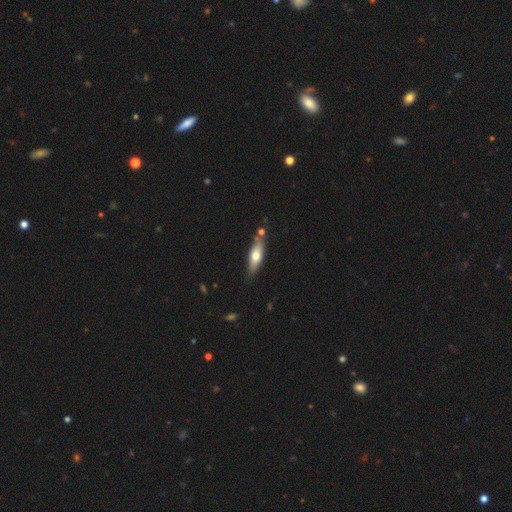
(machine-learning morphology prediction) type=smooth (55%); roundness=cigar-shaped (53%); merging=none (75%).